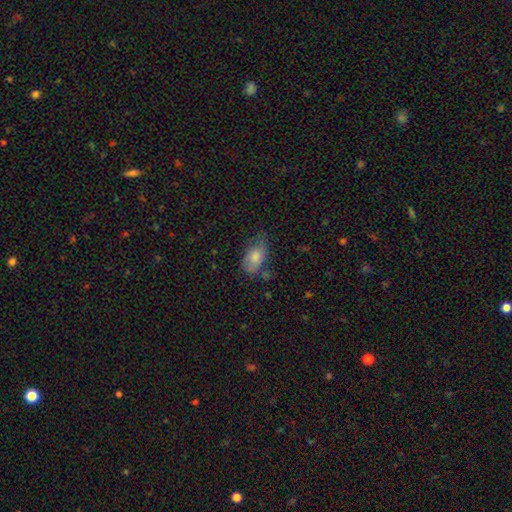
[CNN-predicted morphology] A smooth galaxy with no disk features (77%) that is in between round and cigar-shaped (89%). Merging: none (51%).